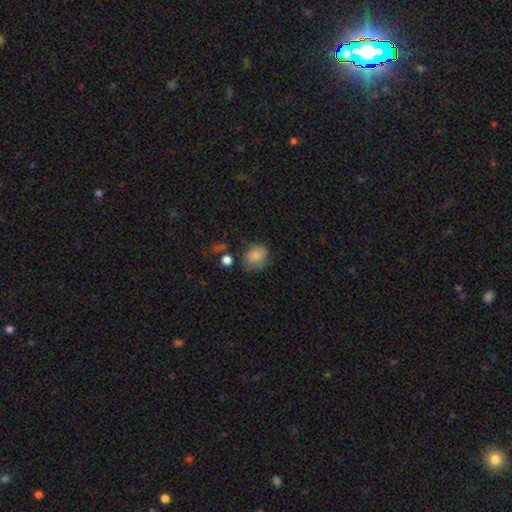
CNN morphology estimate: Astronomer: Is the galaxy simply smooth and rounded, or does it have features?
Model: smooth — 80%.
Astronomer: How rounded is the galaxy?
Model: round — 68%.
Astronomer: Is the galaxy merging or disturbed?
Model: none — 68%.